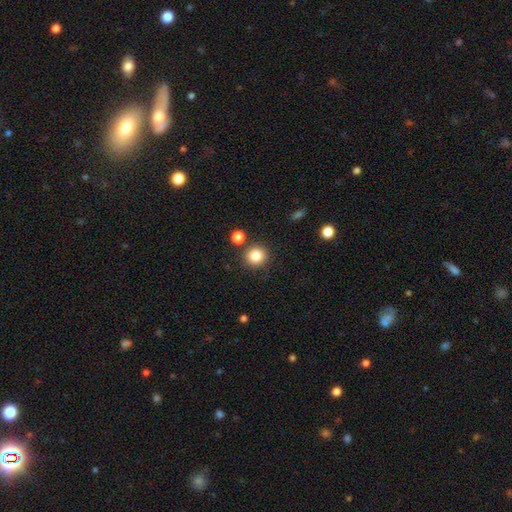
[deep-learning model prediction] Overall: smooth (84%). How rounded: round (91%). Merging: none (83%).